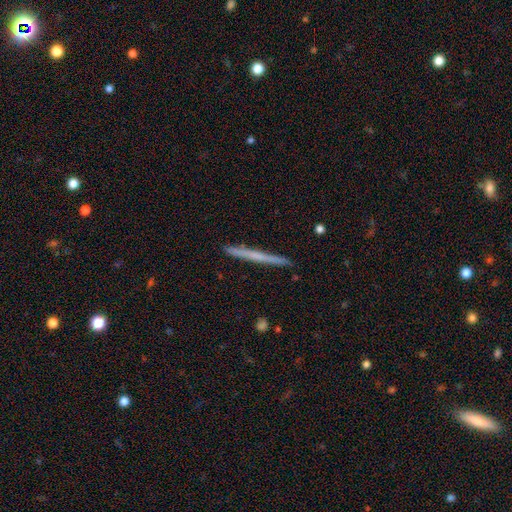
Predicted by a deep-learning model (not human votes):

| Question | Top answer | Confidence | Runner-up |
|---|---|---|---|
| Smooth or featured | featured or disk | 49% | smooth (46%) |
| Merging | none | 93% | minor disturbance (5%) |